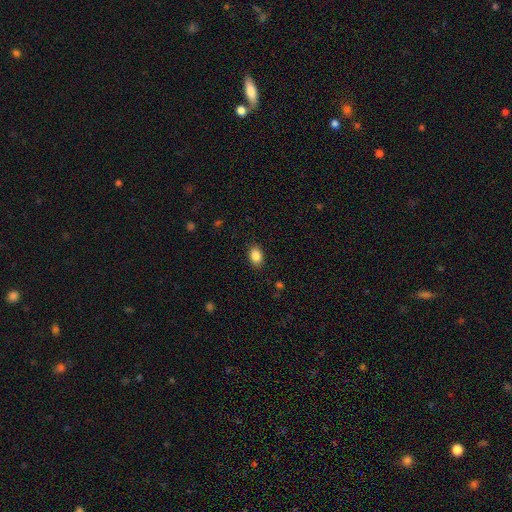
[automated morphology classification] This appears to be a smooth galaxy with no disk features (87%) that is in between round and cigar-shaped (79%). Merging: none (88%).